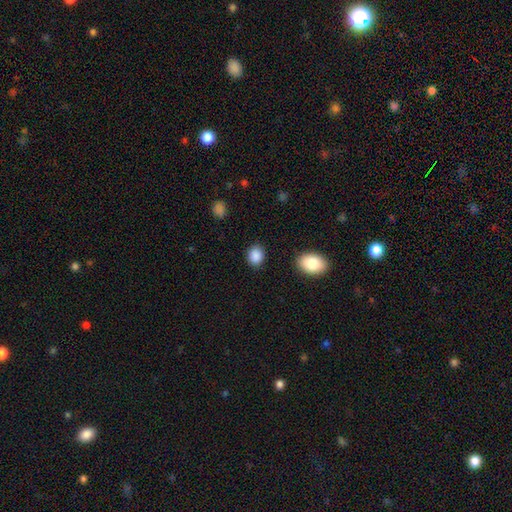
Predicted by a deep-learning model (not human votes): This appears to be a smooth galaxy with no disk features (89%) that is round (52%). Merging: none (87%).